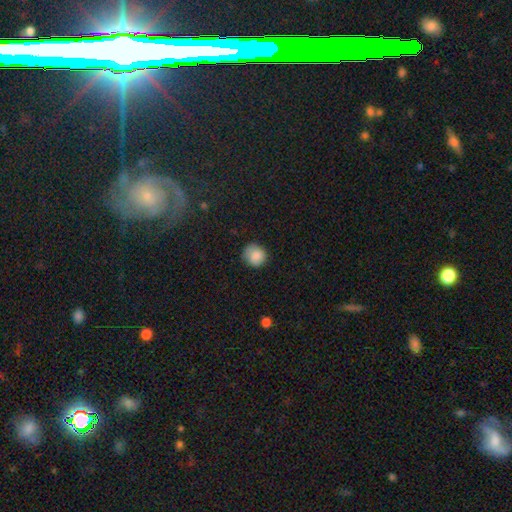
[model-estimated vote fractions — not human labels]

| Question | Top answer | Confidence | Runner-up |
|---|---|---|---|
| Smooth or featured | smooth | 87% | star or artifact (9%) |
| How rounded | round | 87% | in between (13%) |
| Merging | none | 77% | minor disturbance (18%) |